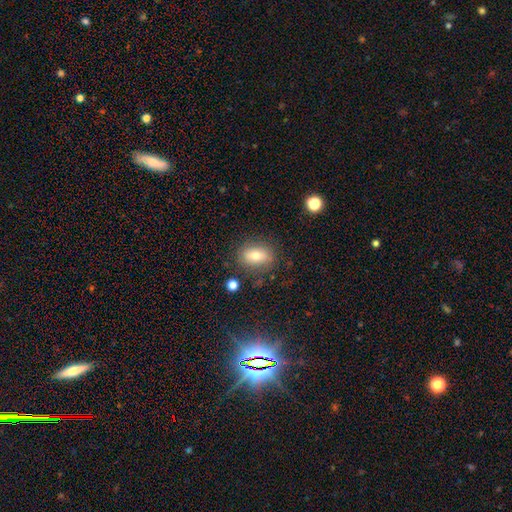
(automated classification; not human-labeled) Q: Smooth or featured?
A: smooth (72%); runner-up: featured or disk (17%)
Q: How rounded?
A: in between (73%); runner-up: round (24%)
Q: Merging?
A: none (80%); runner-up: minor disturbance (13%)